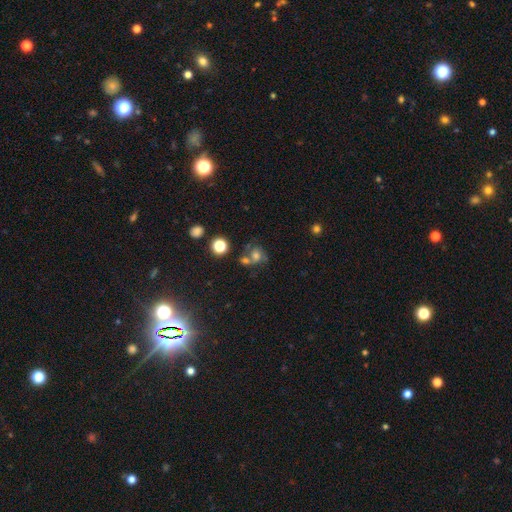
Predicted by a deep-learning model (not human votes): Smooth or featured?
  - smooth: 55% *
  - featured or disk: 27%
  - star or artifact: 18%
How rounded?
  - round: 66% *
  - in between: 33%
  - cigar-shaped: 1%
Merging?
  - none: 38% *
  - merger: 36%
  - minor disturbance: 15%
  - major disturbance: 12%